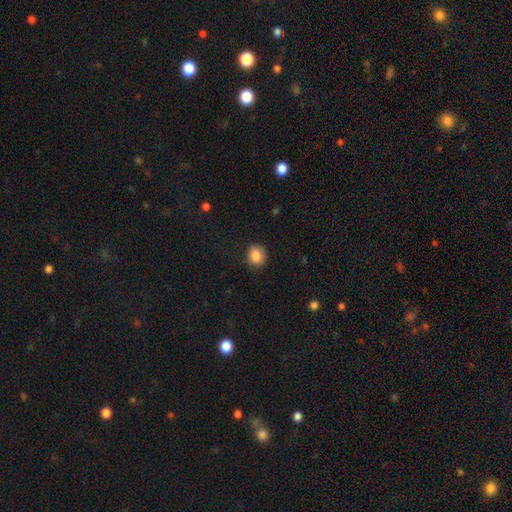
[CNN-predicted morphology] Q: Smooth or featured?
A: smooth (87%); runner-up: star or artifact (9%)
Q: How rounded?
A: round (67%); runner-up: in between (33%)
Q: Merging?
A: none (83%); runner-up: minor disturbance (13%)